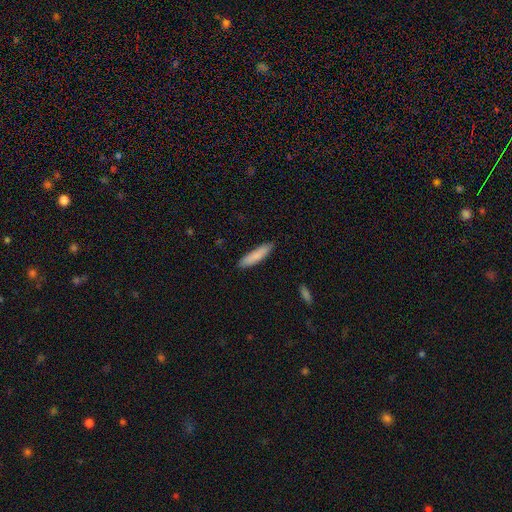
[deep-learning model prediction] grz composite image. It shows a smooth galaxy with no disk features (84%) that is cigar-shaped (82%). Merging: none (87%).